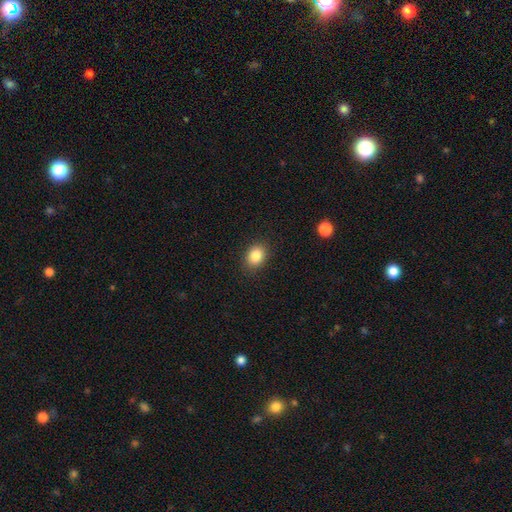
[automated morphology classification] smooth 85%, star or artifact 9%, featured or disk 6%. Down the decision tree: how rounded — in between (57%); merging — none (88%).